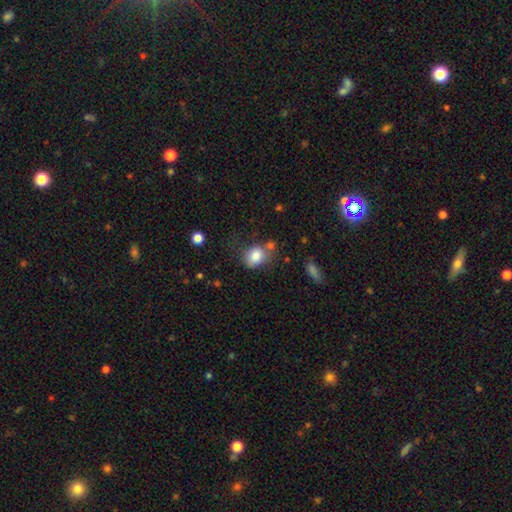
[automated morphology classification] This appears to be a smooth galaxy with no disk features (82%) that is in between round and cigar-shaped (56%). Merging: none (52%).